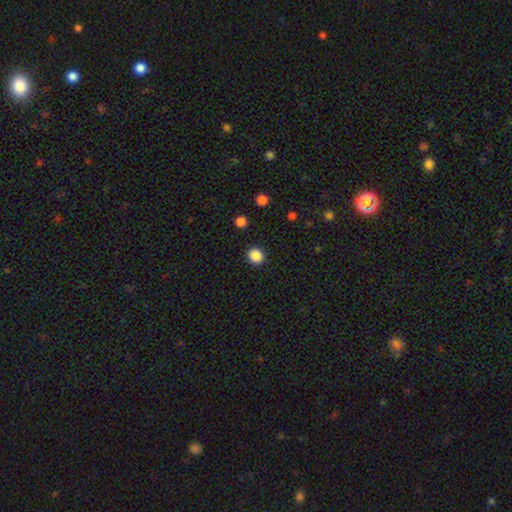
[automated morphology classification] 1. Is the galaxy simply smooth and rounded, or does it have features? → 87% smooth, 10% star or artifact, 3% featured or disk.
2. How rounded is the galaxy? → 85% round, 14% in between, 1% cigar-shaped.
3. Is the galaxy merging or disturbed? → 92% none, 5% minor disturbance, 2% major disturbance, 1% merger.